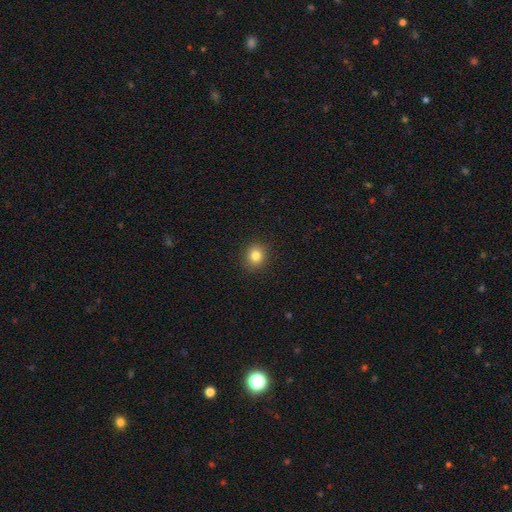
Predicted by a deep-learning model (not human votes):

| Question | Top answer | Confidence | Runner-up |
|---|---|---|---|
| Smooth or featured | smooth | 82% | star or artifact (12%) |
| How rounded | round | 77% | in between (22%) |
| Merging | none | 90% | minor disturbance (7%) |